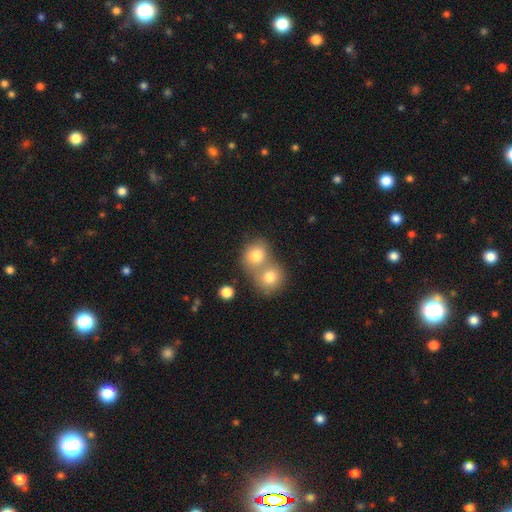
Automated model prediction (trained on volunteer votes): Smooth or featured? Predicted: smooth (p=0.77). How rounded? Predicted: round (p=0.75). Merging? Predicted: merger (p=0.60).